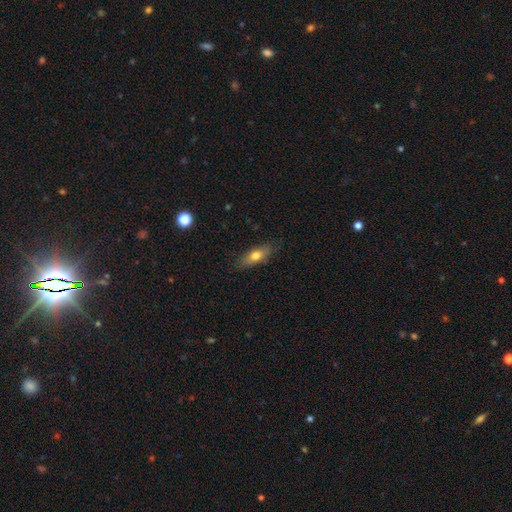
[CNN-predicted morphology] smooth-or-featured: smooth: 69% | featured or disk: 24% | star or artifact: 7%
  how-rounded: in between: 64% | cigar-shaped: 32% | round: 4%
  merging: none: 82% | minor disturbance: 14% | major disturbance: 3% | merger: 1%